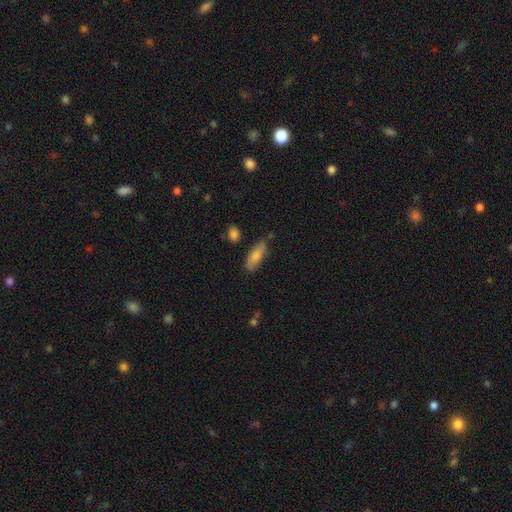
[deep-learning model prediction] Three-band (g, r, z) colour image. It shows a smooth galaxy with no disk features (79%) that is in between round and cigar-shaped (68%). Merging: none (73%).